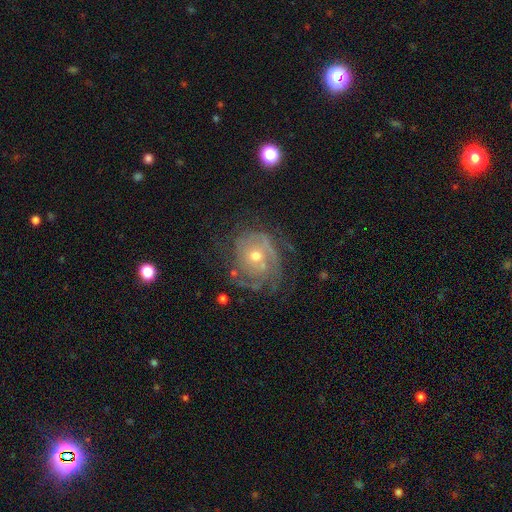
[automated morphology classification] type=featured or disk (79%); edge-on=no (97%); bar=no (79%); spiral arms=yes (85%); winding=tight (61%); arm count=can't tell (44%); bulge=moderate (52%); merging=none (58%).